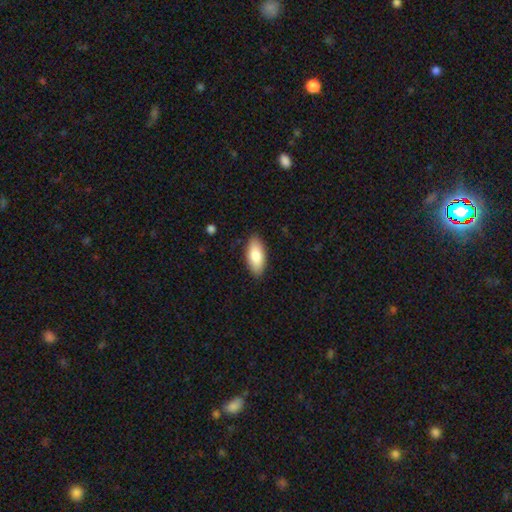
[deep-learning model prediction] smooth 83%, featured or disk 11%, star or artifact 6%. Down the decision tree: how rounded — in between (88%); merging — none (87%).